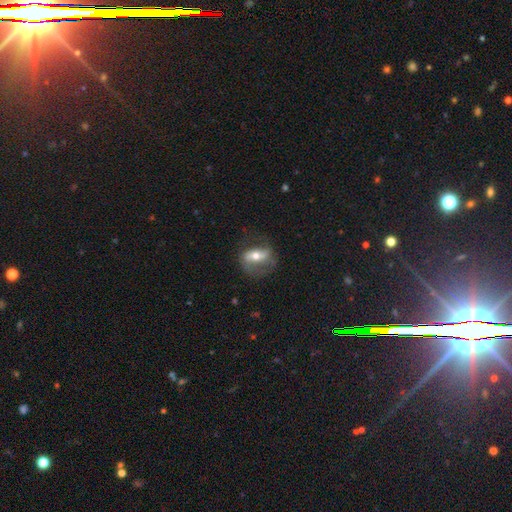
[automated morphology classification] Smooth or featured: featured or disk — 66% (smooth — 27%)
Edge-on disk: no — 87% (yes — 13%)
Bar: strong — 54% (weak — 25%)
Spiral arms: yes — 72% (no — 28%)
Bulge size: moderate — 67% (small — 24%)
Merging: none — 65% (minor disturbance — 20%)